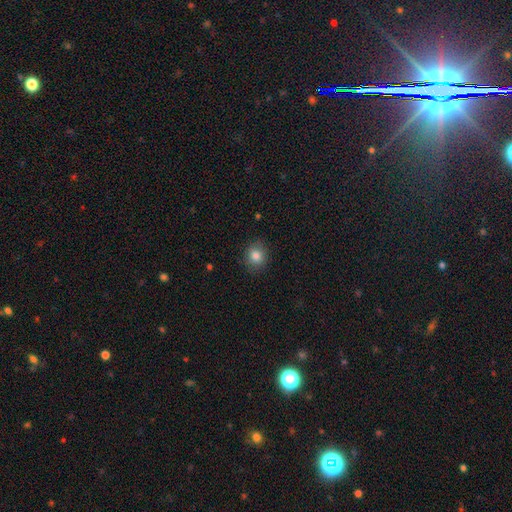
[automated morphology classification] A smooth galaxy with no disk features (83%) that is round (68%).

Vote fractions:
- Smooth or featured? smooth: 83% / star or artifact: 10% / featured or disk: 7%
- How rounded? round: 68% / in between: 31% / cigar-shaped: 1%
- Merging? none: 86% / minor disturbance: 11% / major disturbance: 3% / merger: 1%